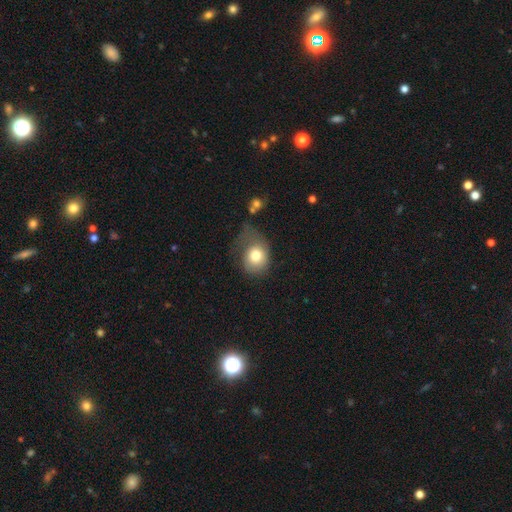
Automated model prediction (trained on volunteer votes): A smooth galaxy with no disk features (75%) that is round (61%). Merging: major disturbance (34%).